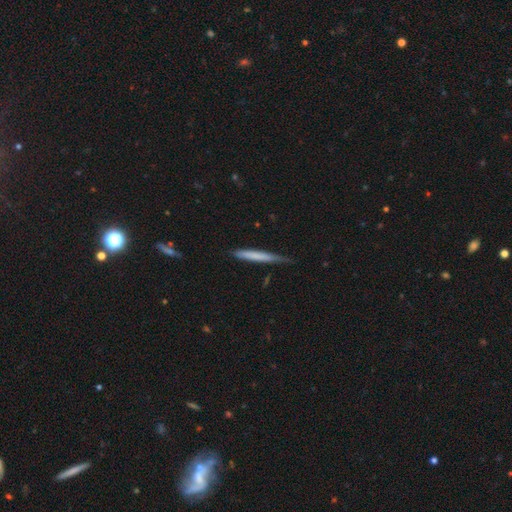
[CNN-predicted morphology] Q: Smooth or featured?
A: smooth (68%); runner-up: featured or disk (26%)
Q: How rounded?
A: cigar-shaped (95%); runner-up: in between (3%)
Q: Merging?
A: none (69%); runner-up: minor disturbance (25%)